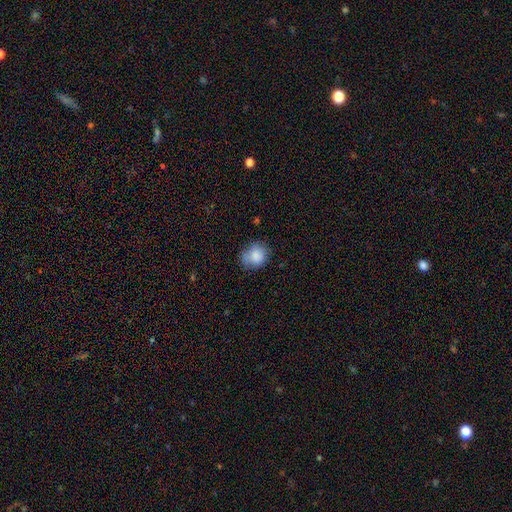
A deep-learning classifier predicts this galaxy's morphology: Overall: smooth (81%). How rounded: round (67%; in between 32%). Merging: none (57%; minor disturbance 28%).